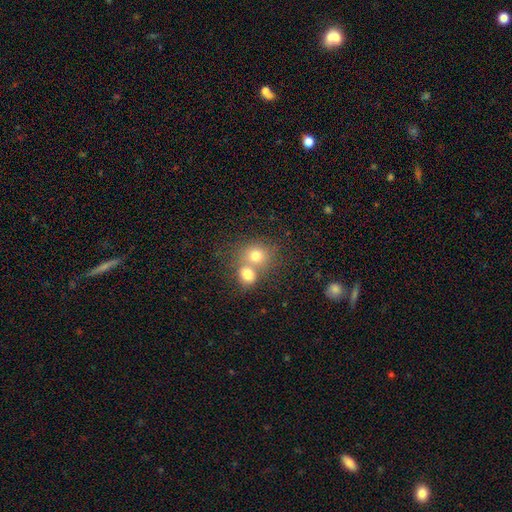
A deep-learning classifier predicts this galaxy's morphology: Overall: smooth (75%). How rounded: round (73%). Merging: merger (54%; none 36%).